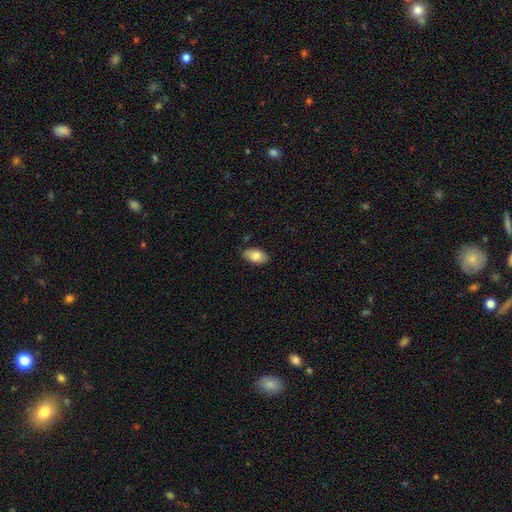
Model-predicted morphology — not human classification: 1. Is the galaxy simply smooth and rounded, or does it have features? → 83% smooth, 11% featured or disk, 7% star or artifact.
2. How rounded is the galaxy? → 94% in between, 4% round, 2% cigar-shaped.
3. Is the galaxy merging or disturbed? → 83% none, 14% minor disturbance, 2% major disturbance, 1% merger.